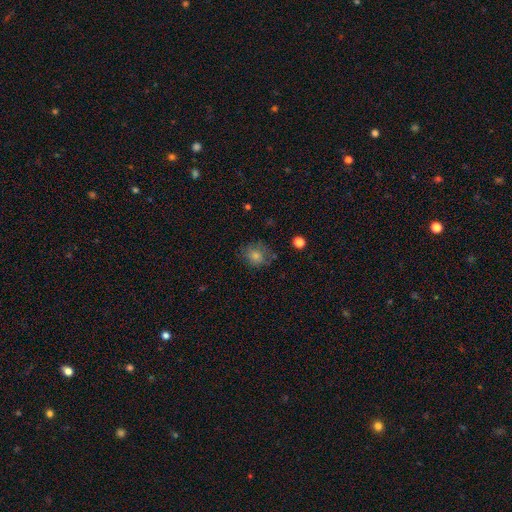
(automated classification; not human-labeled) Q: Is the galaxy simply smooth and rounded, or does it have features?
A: smooth — 67%.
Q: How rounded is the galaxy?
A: round — 69%.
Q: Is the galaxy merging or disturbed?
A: none — 72%.